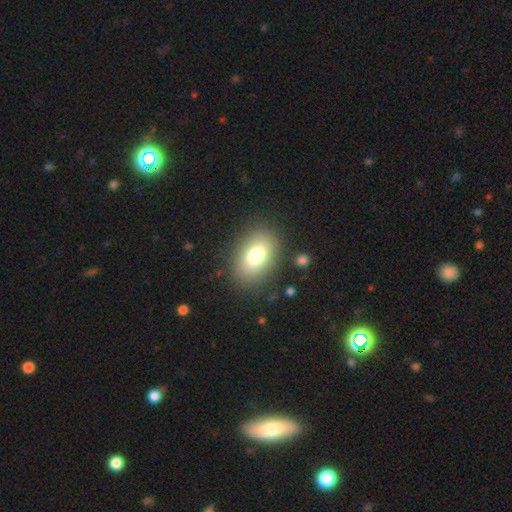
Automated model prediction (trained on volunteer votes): smooth-or-featured: smooth: 76% | featured or disk: 13% | star or artifact: 10%
  how-rounded: in between: 80% | round: 19% | cigar-shaped: 1%
  merging: none: 84% | minor disturbance: 10% | major disturbance: 4% | merger: 2%